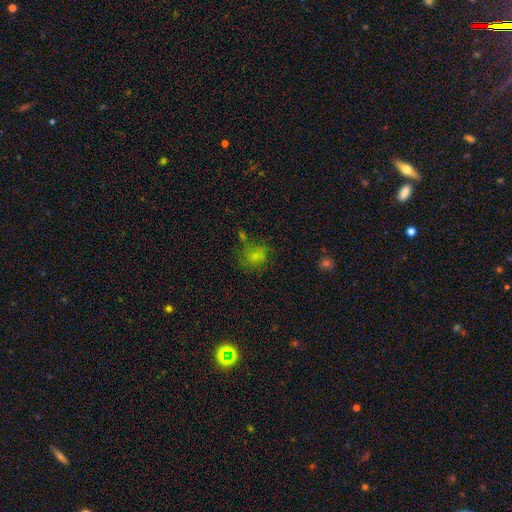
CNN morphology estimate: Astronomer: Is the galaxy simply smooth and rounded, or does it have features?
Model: smooth — 70%.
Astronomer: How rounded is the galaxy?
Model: round — 63%.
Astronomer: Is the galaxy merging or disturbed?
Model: none — 52%.